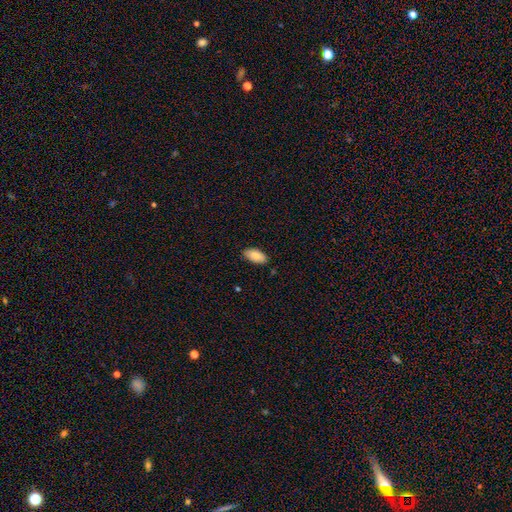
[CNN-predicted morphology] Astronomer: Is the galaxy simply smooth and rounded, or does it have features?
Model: smooth — 84%.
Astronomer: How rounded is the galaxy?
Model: in between — 93%.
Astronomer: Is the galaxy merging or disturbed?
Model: none — 84%.